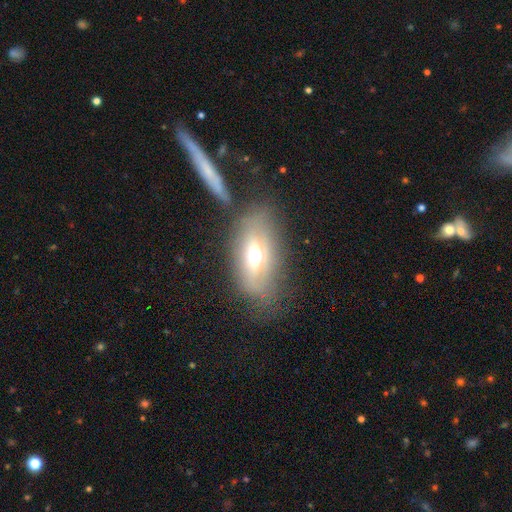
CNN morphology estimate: Smooth or featured: smooth — 48% (featured or disk — 39%)
Merging: none — 63% (minor disturbance — 19%)